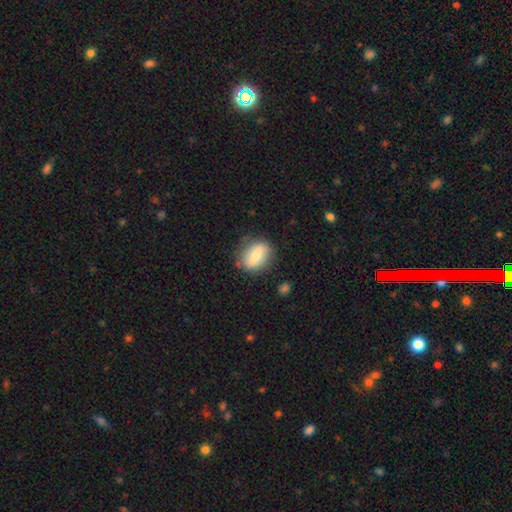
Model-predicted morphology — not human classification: Smooth or featured? smooth (63%)
How rounded? in between (65%)
Merging? none (76%)